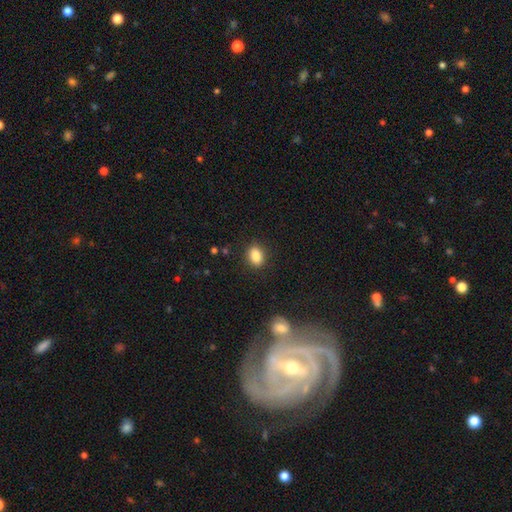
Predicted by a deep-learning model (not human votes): Overall: smooth (86%). How rounded: in between (74%). Merging: none (87%).